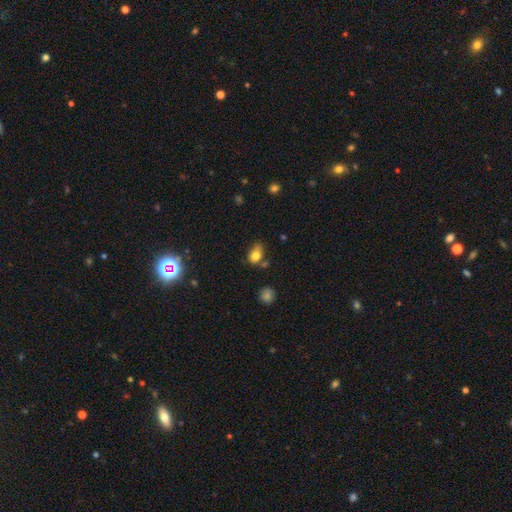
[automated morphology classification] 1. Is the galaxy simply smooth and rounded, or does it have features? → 79% smooth, 11% star or artifact, 10% featured or disk.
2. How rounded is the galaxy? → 73% in between, 25% round, 2% cigar-shaped.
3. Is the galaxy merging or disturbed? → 50% none, 32% minor disturbance, 9% major disturbance, 9% merger.